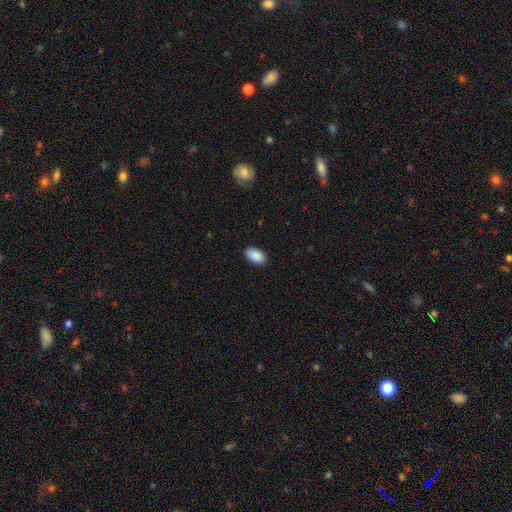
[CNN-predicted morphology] type=smooth (90%); roundness=in between (94%); merging=none (88%).